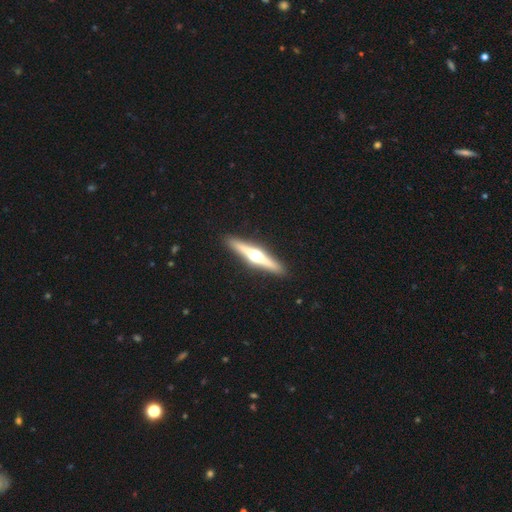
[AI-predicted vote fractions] Smooth or featured? featured or disk (74%)
Edge-on disk? yes (98%)
Edge-on bulge? rounded (96%)
Merging? none (92%)